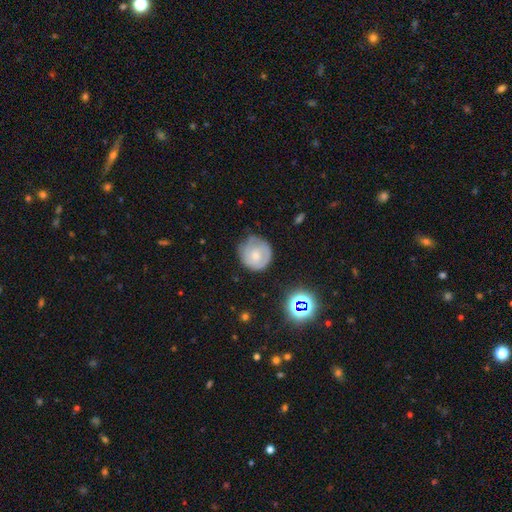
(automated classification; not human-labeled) Overall: featured or disk (46%, tied with smooth). Merging: none (64%; minor disturbance 26%).